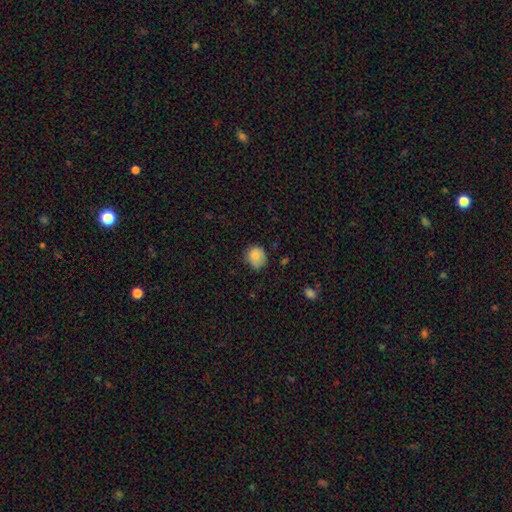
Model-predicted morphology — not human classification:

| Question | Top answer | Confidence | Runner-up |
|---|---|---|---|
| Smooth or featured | smooth | 81% | featured or disk (10%) |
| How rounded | round | 81% | in between (18%) |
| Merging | none | 69% | minor disturbance (25%) |